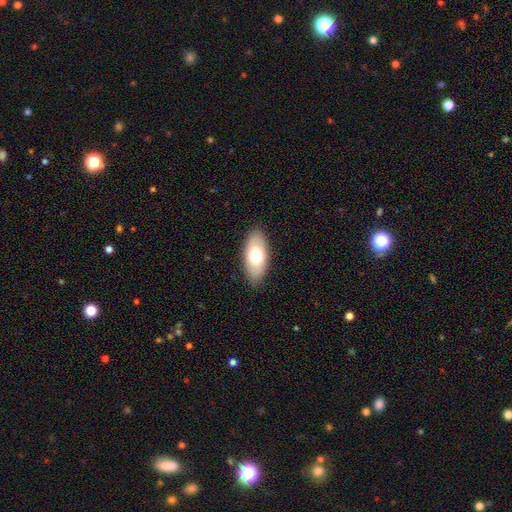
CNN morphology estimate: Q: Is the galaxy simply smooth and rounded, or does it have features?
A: smooth — 71%.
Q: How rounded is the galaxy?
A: in between — 90%.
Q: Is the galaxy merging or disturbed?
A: none — 88%.